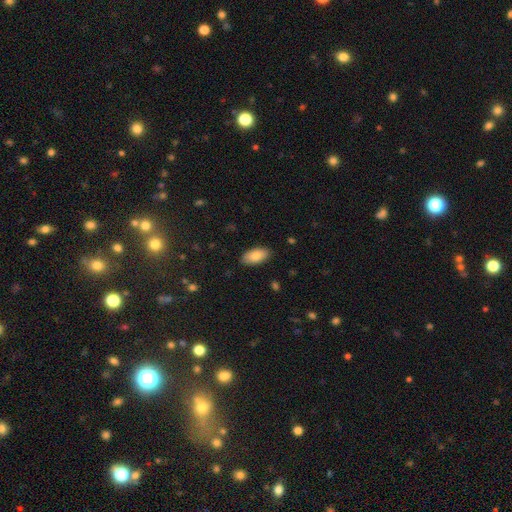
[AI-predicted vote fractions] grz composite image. It shows a smooth galaxy with no disk features (85%) that is in between round and cigar-shaped (94%). Merging: none (87%).